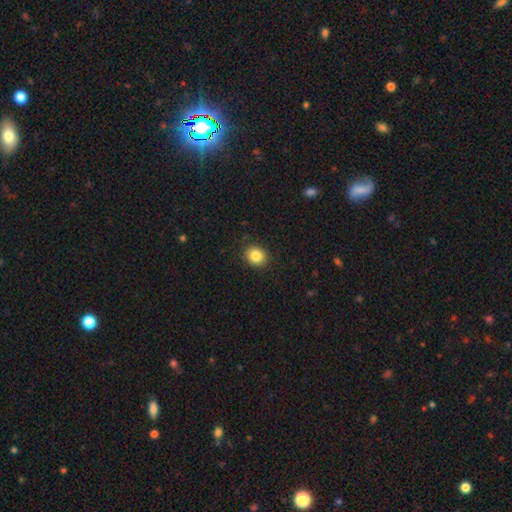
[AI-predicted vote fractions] Morphology: type=smooth (85%); roundness=round (78%); merging=none (89%).